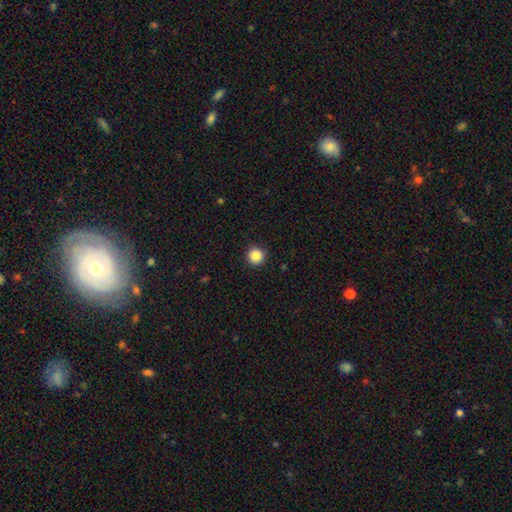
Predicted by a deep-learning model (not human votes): Q: Smooth or featured?
A: smooth (88%); runner-up: star or artifact (10%)
Q: How rounded?
A: round (96%); runner-up: in between (3%)
Q: Merging?
A: none (92%); runner-up: minor disturbance (5%)